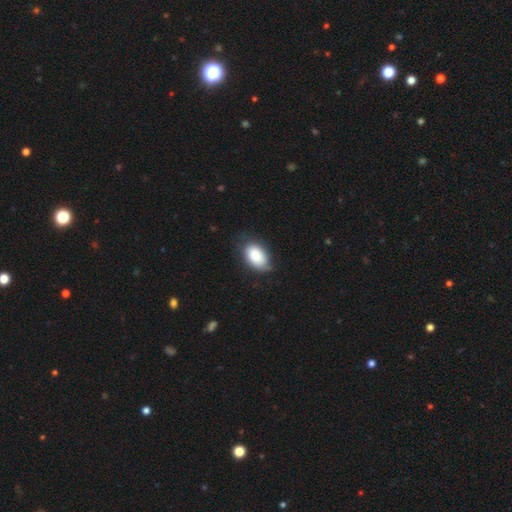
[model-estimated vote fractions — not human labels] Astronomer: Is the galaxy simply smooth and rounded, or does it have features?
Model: smooth — 86%.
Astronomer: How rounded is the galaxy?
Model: in between — 90%.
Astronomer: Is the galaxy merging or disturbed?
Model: none — 68%.